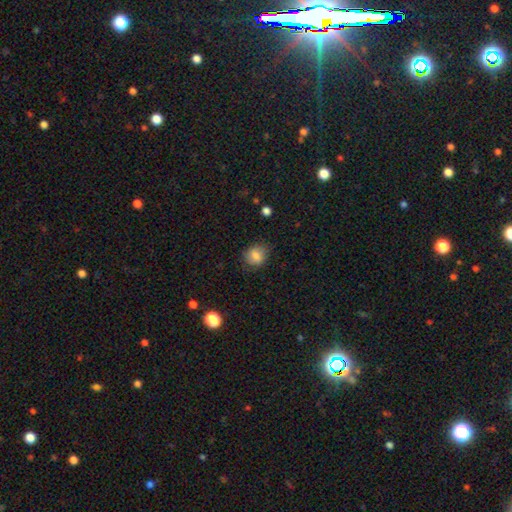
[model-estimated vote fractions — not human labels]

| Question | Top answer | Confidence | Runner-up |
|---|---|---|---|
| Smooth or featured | smooth | 82% | star or artifact (10%) |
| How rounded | round | 65% | in between (34%) |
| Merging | none | 77% | minor disturbance (17%) |